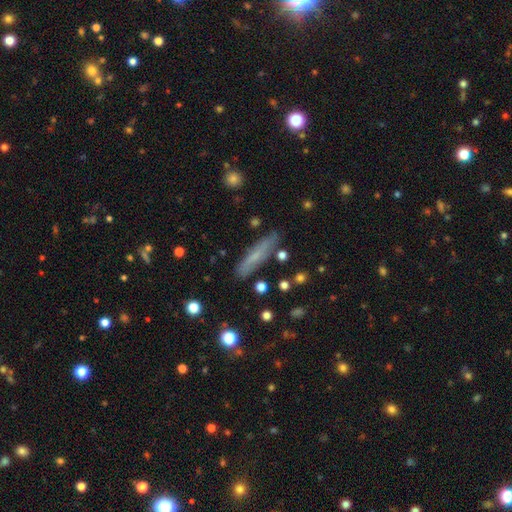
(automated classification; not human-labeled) Smooth or featured?
  - smooth: 62% *
  - featured or disk: 30%
  - star or artifact: 8%
How rounded?
  - cigar-shaped: 85% *
  - in between: 12%
  - round: 2%
Merging?
  - none: 83% *
  - minor disturbance: 12%
  - major disturbance: 3%
  - merger: 2%